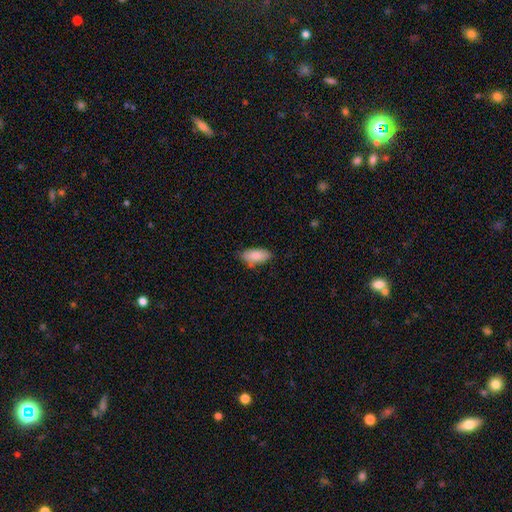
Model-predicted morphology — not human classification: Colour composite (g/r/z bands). It shows a smooth galaxy with no disk features (85%) that is in between round and cigar-shaped (90%). Merging: none (72%).